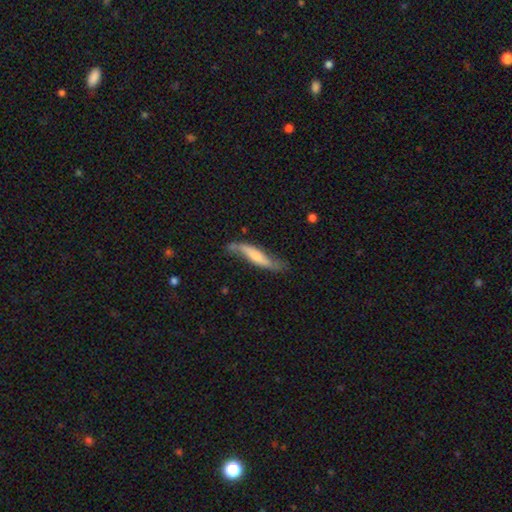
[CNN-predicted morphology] Smooth or featured? featured or disk (49%)
Merging? none (54%)